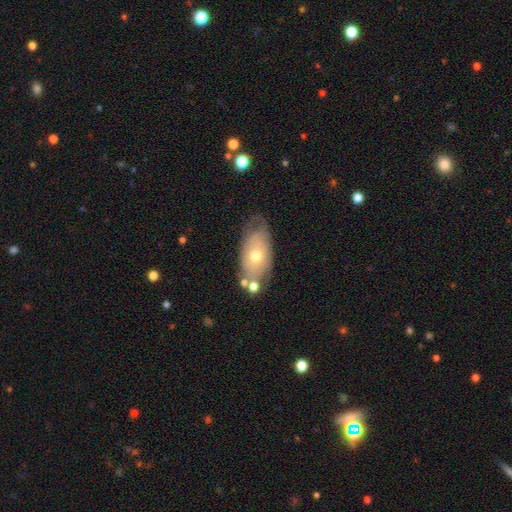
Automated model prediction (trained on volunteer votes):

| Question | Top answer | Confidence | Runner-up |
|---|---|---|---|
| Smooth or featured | featured or disk | 51% | smooth (41%) |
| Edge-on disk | no | 87% | yes (13%) |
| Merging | none | 57% | minor disturbance (25%) |